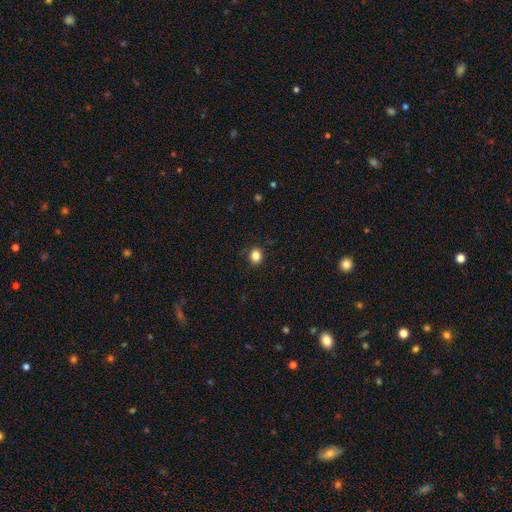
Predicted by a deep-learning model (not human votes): Smooth or featured: smooth — 84% (star or artifact — 11%)
How rounded: round — 62% (in between — 37%)
Merging: none — 86% (minor disturbance — 11%)